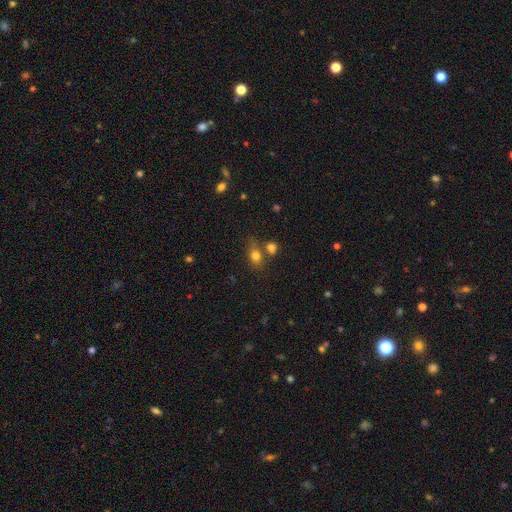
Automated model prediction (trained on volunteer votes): smooth-or-featured: smooth: 78% | star or artifact: 12% | featured or disk: 10%
  how-rounded: in between: 59% | round: 38% | cigar-shaped: 3%
  merging: none: 49% | merger: 28% | minor disturbance: 15% | major disturbance: 7%